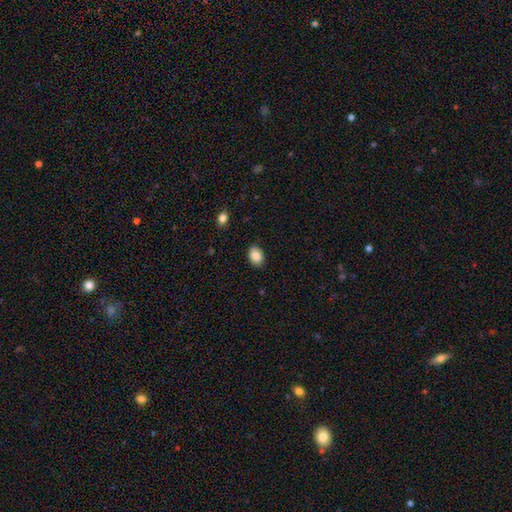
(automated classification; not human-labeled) A smooth galaxy with no disk features (87%) that is in between round and cigar-shaped (82%). Merging: none (86%).